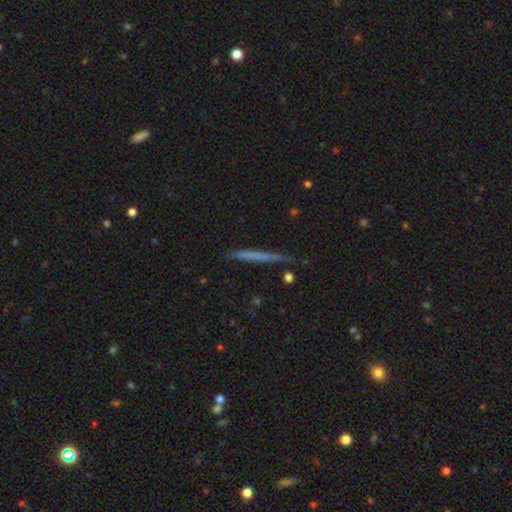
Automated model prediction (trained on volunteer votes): Smooth or featured: smooth — 54% (featured or disk — 39%)
How rounded: cigar-shaped — 96% (in between — 2%)
Merging: none — 85% (minor disturbance — 11%)